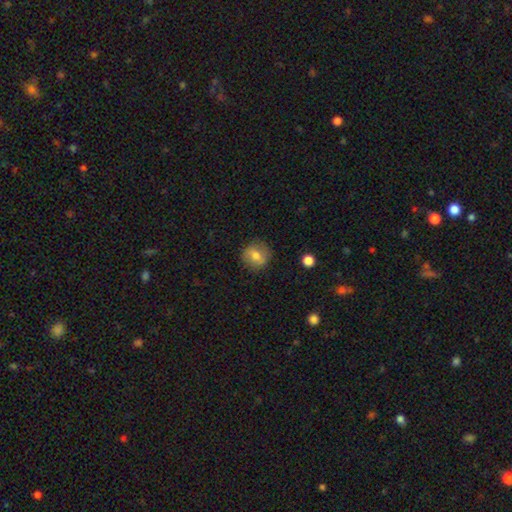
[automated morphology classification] Smooth or featured: smooth — 72% (featured or disk — 19%)
How rounded: round — 81% (in between — 18%)
Merging: none — 82% (minor disturbance — 13%)